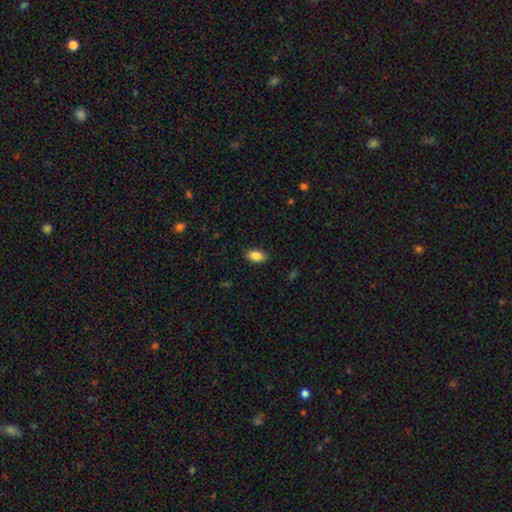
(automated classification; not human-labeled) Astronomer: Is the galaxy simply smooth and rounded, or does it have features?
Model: smooth — 87%.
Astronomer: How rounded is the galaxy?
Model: in between — 92%.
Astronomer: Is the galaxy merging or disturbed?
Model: none — 87%.